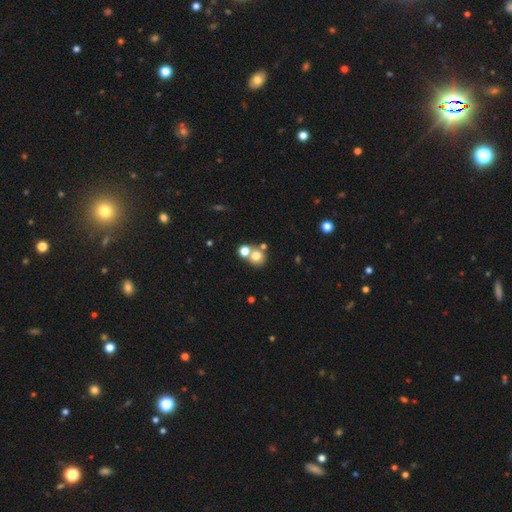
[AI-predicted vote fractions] Overall: smooth (73%). How rounded: round (82%). Merging: none (48%; merger 40%).